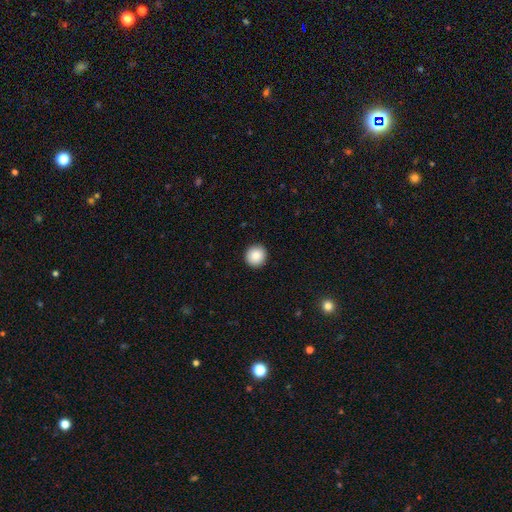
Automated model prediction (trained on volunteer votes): A smooth galaxy with no disk features (88%) that is round (95%). Merging: none (93%).